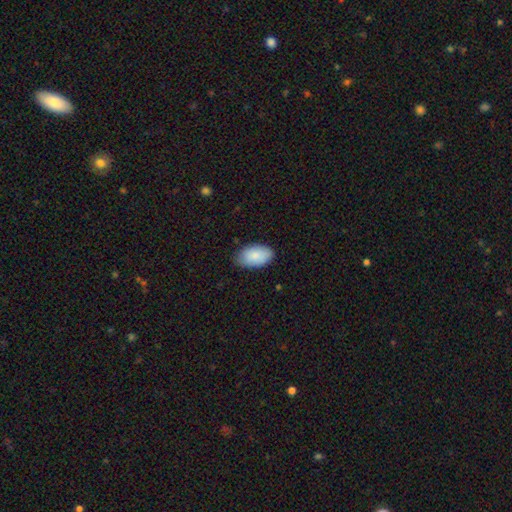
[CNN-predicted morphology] A smooth galaxy with no disk features (86%) that is in between round and cigar-shaped (95%). Merging: none (79%).